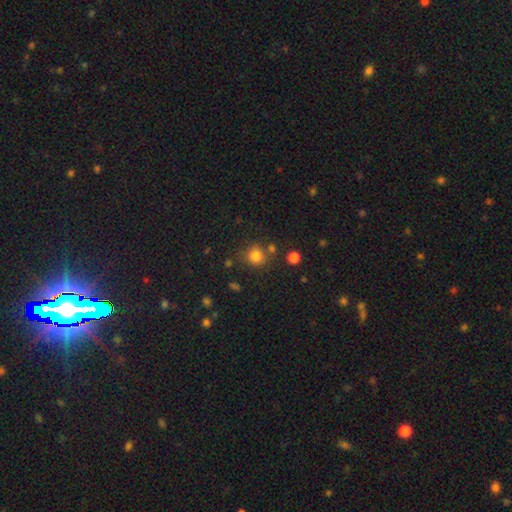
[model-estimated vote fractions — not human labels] The model was most divided on "merging": none: 76%, minor disturbance: 11%, merger: 9%, major disturbance: 4%. More confident: how rounded — round (88%); smooth or featured — smooth (80%).